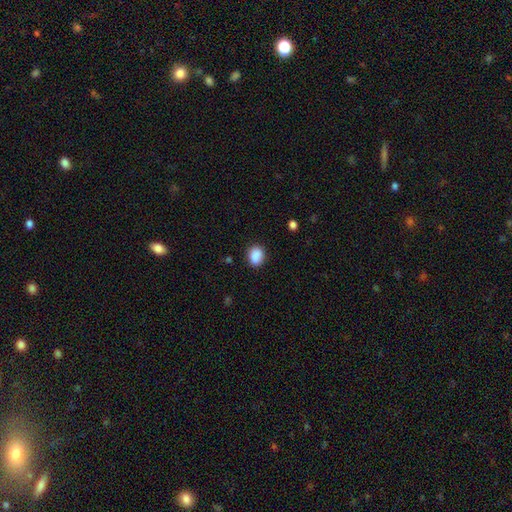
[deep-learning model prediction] This appears to be a smooth galaxy with no disk features (88%) that is in between round and cigar-shaped (51%). Merging: none (84%).